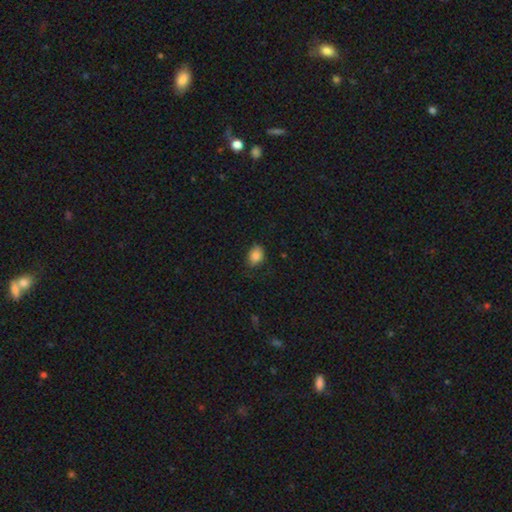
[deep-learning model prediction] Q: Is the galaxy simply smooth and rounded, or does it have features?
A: smooth — 86%.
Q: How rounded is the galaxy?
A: in between — 70%.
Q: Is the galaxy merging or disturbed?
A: none — 76%.